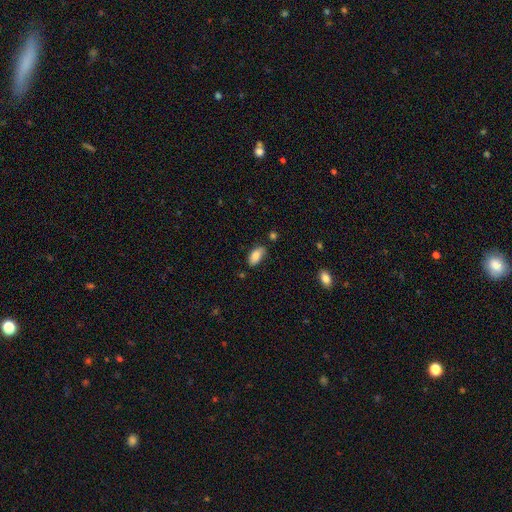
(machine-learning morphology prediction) Q: Smooth or featured?
A: smooth (85%); runner-up: featured or disk (7%)
Q: How rounded?
A: in between (92%); runner-up: cigar-shaped (6%)
Q: Merging?
A: none (73%); runner-up: minor disturbance (20%)